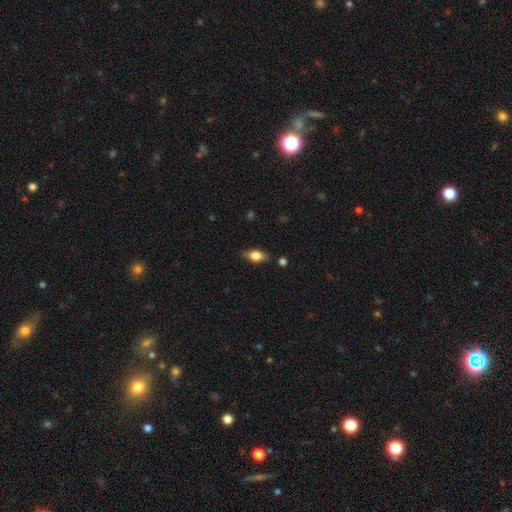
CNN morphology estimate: Smooth or featured: smooth — 67% (featured or disk — 25%)
How rounded: in between — 82% (cigar-shaped — 11%)
Merging: none — 81% (minor disturbance — 14%)